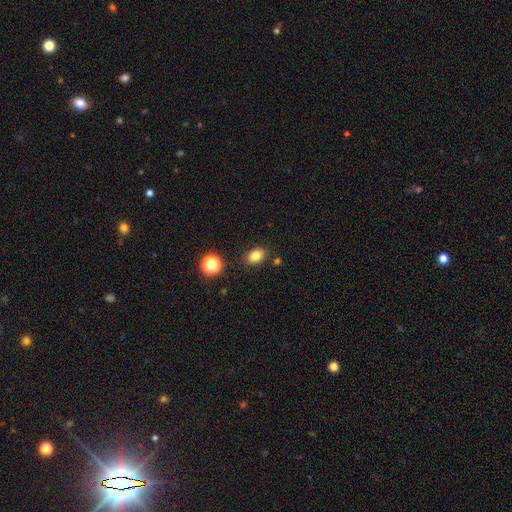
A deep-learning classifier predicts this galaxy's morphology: Q: Smooth or featured?
A: smooth (81%); runner-up: star or artifact (12%)
Q: How rounded?
A: in between (75%); runner-up: round (23%)
Q: Merging?
A: none (83%); runner-up: minor disturbance (11%)